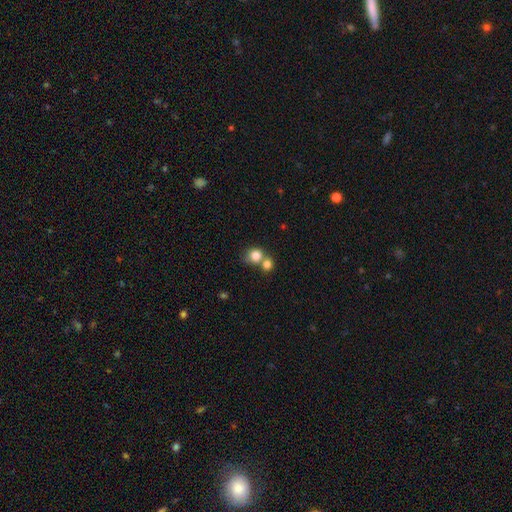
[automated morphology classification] smooth-or-featured: smooth: 81% | star or artifact: 10% | featured or disk: 9%
  how-rounded: round: 75% | in between: 24% | cigar-shaped: 1%
  merging: merger: 51% | none: 38% | minor disturbance: 8% | major disturbance: 3%